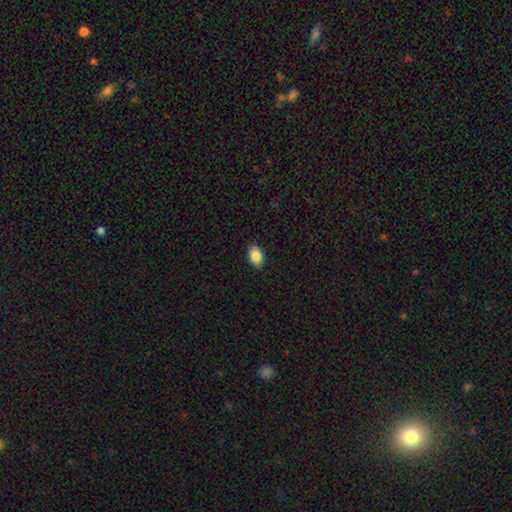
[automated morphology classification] type=smooth (88%); roundness=in between (88%); merging=none (88%).